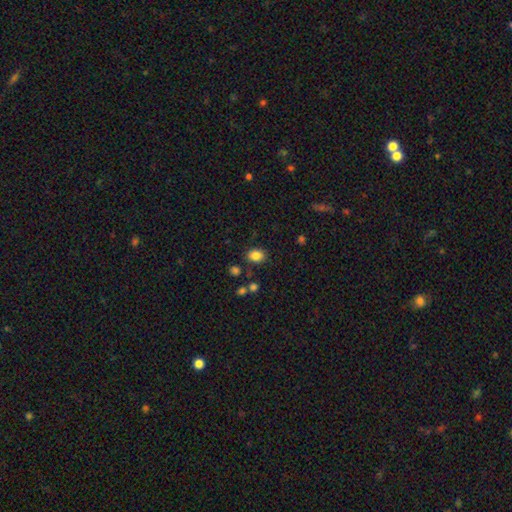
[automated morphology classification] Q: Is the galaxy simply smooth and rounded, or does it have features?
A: smooth — 83%.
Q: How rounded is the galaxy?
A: in between — 66%.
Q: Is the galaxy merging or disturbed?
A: none — 82%.